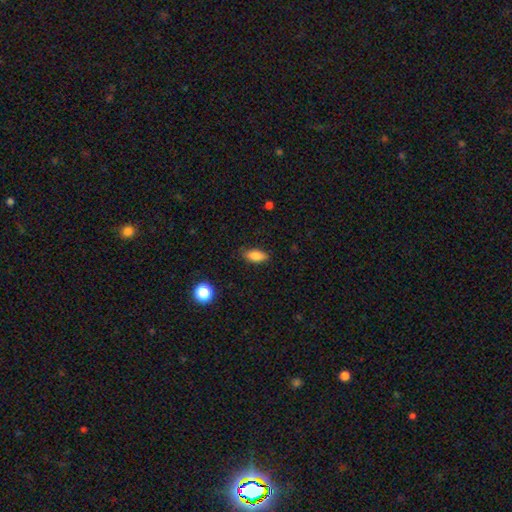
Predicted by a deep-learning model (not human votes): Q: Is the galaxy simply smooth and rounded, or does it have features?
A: smooth — 84%.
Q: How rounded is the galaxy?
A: in between — 83%.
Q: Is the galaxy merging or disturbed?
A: none — 81%.